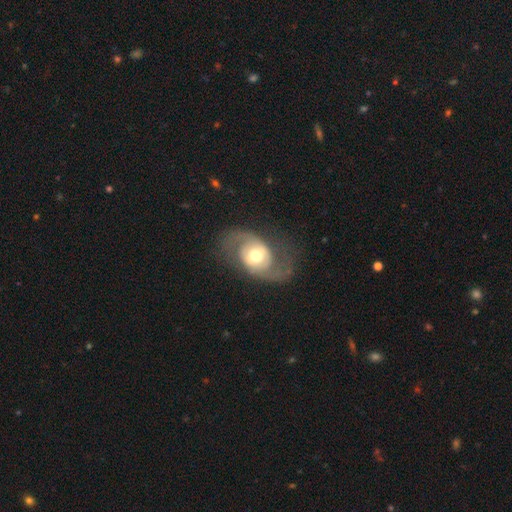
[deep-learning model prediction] smooth-or-featured: featured or disk: 78% | smooth: 17% | star or artifact: 5%
  disk-edge-on: no: 96% | yes: 4%
    bar: no: 58% | weak: 31% | strong: 10%
    has-spiral-arms: yes: 87% | no: 13%
      spiral-winding: medium: 45% | loose: 39% | tight: 16%
      spiral-arm-count: 2: 89% | can't tell: 5% | 1: 3% | 3: 1% | 4: 1% | more than 4: 1%
    bulge-size: moderate: 66% | large: 21% | small: 10% | dominant: 2% | none: 1%
  merging: none: 67% | minor disturbance: 16% | major disturbance: 15% | merger: 1%